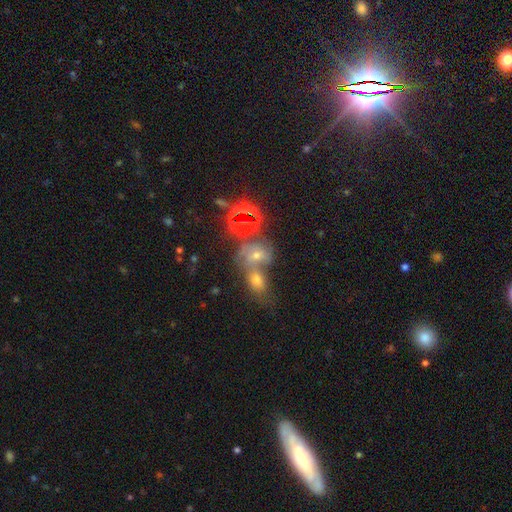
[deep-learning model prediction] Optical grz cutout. It shows a star or artifact, not a galaxy (44%).